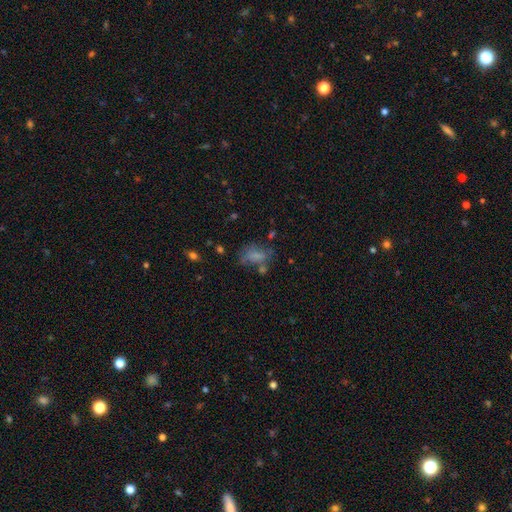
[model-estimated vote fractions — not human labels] This appears to be a smooth galaxy with no disk features (64%) that is in between round and cigar-shaped (83%). Merging: none (39%).